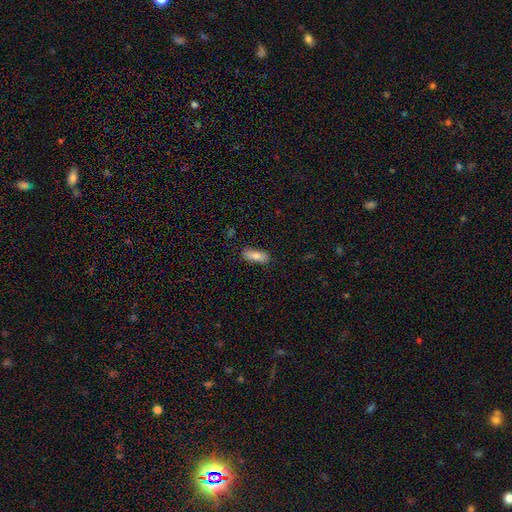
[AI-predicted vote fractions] Q: Smooth or featured?
A: smooth (79%); runner-up: featured or disk (13%)
Q: How rounded?
A: in between (75%); runner-up: cigar-shaped (23%)
Q: Merging?
A: none (85%); runner-up: minor disturbance (11%)